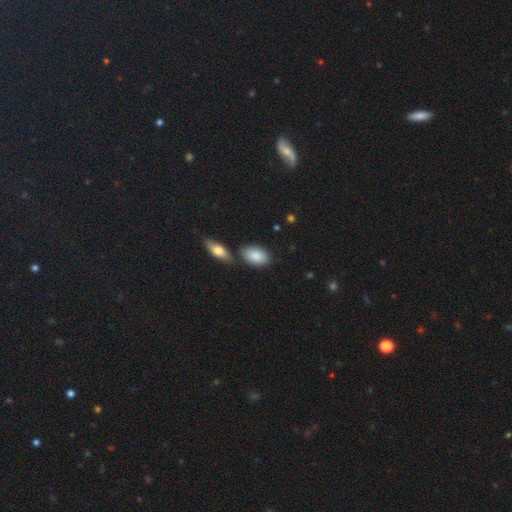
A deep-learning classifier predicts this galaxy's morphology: A smooth galaxy with no disk features (85%) that is in between round and cigar-shaped (92%). Merging: none (67%).